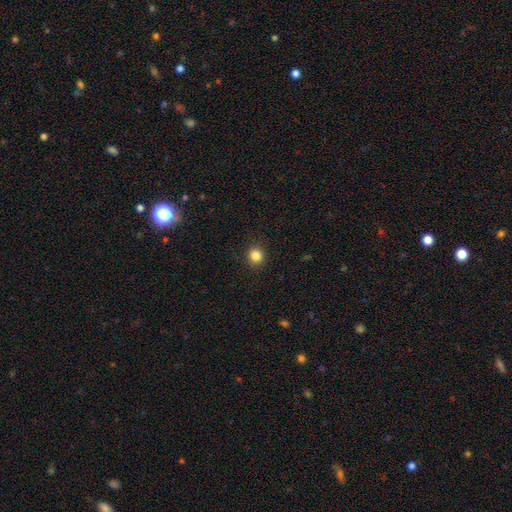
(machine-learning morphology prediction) Smooth or featured: smooth — 84% (star or artifact — 12%)
How rounded: round — 91% (in between — 9%)
Merging: none — 92% (minor disturbance — 6%)